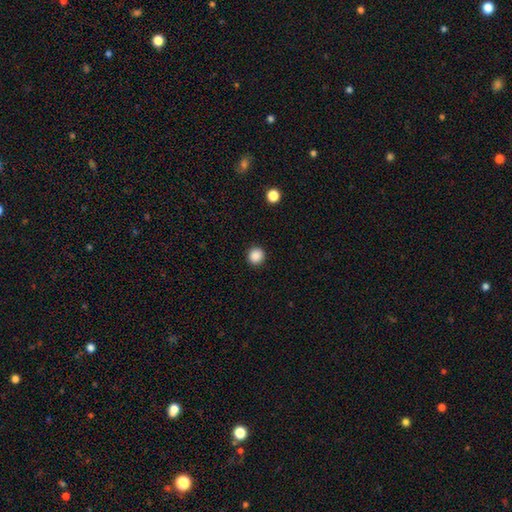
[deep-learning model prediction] Morphology: type=smooth (88%); roundness=round (92%); merging=none (92%).